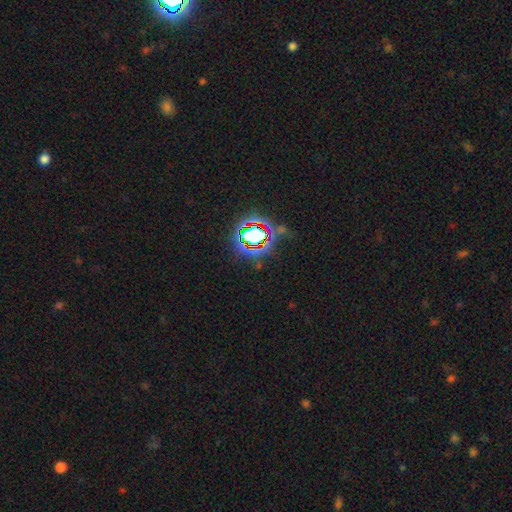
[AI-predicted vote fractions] Q: Smooth or featured?
A: star or artifact (81%); runner-up: smooth (11%)